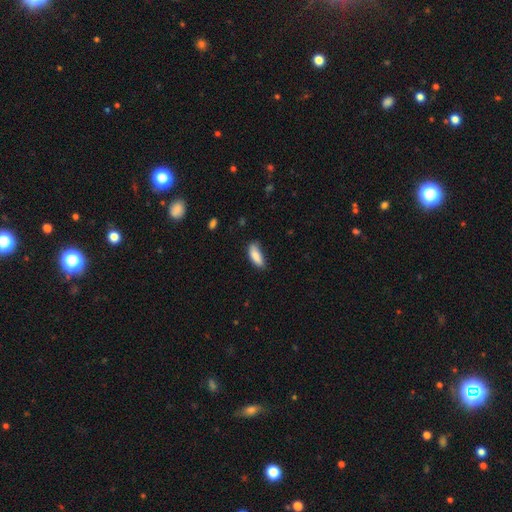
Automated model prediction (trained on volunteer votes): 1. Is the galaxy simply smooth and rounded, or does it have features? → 86% smooth, 7% featured or disk, 7% star or artifact.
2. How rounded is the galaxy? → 71% in between, 27% cigar-shaped, 2% round.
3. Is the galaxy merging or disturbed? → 65% none, 28% minor disturbance, 5% major disturbance, 2% merger.